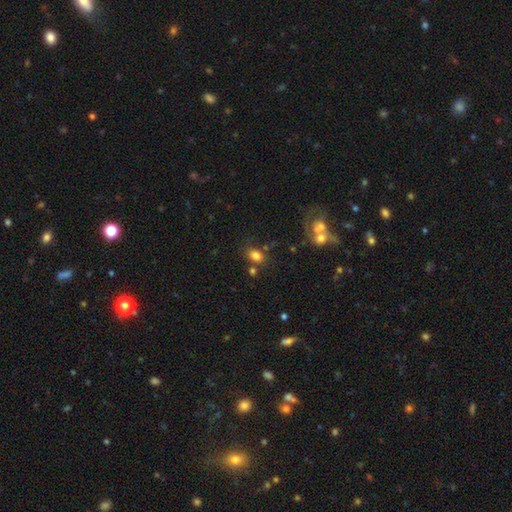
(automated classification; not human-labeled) Overall: smooth (80%). How rounded: in between (75%). Merging: none (65%).